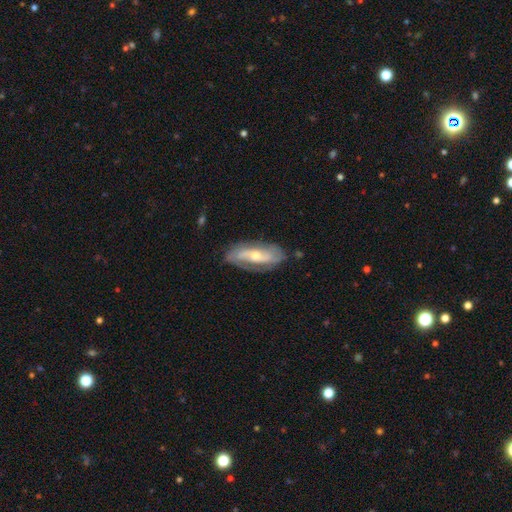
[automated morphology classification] A featured or disk galaxy (75%) with no bar (44%), 2 (69%) tight (39%, tied with medium) spiral arms (83%) and a moderate central bulge (57%).

Vote fractions:
- Smooth or featured? featured or disk: 75% / smooth: 20% / star or artifact: 6%
- Edge-on disk? no: 89% / yes: 11%
- Bar? no: 44% / weak: 32% / strong: 24%
- Spiral arms? yes: 83% / no: 17%
- Spiral winding? tight: 39% (tied) / medium: 39% (tied) / loose: 22%
- Spiral arm count? 2: 69% / can't tell: 19% / 1: 5% / 3: 4% / 4: 1% / more than 4: 1%
- Bulge size? moderate: 57% / small: 37% / large: 4% / none: 1% / dominant: 1%
- Merging? none: 75% / minor disturbance: 17% / major disturbance: 6% / merger: 2%